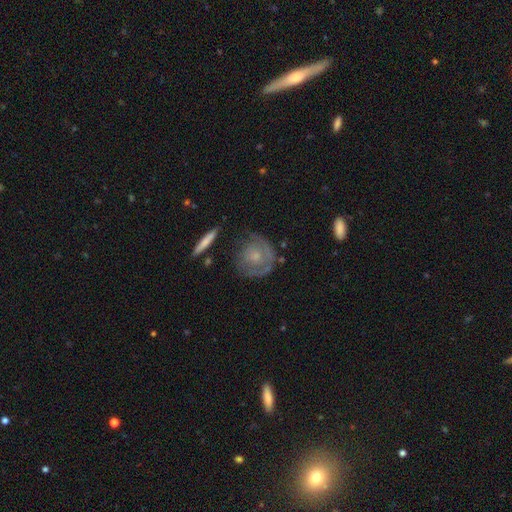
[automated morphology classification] A featured or disk galaxy (60%) with no bar (81%), spiral arms (69%) and a small central bulge (47%).

Vote fractions:
- Smooth or featured? featured or disk: 60% / smooth: 34% / star or artifact: 7%
- Edge-on disk? no: 95% / yes: 5%
- Bar? no: 81% / weak: 16% / strong: 3%
- Spiral arms? yes: 69% / no: 31%
- Bulge size? small: 47% / moderate: 36% / none: 11% / large: 4% / dominant: 1%
- Merging? none: 61% / minor disturbance: 22% / major disturbance: 15% / merger: 3%